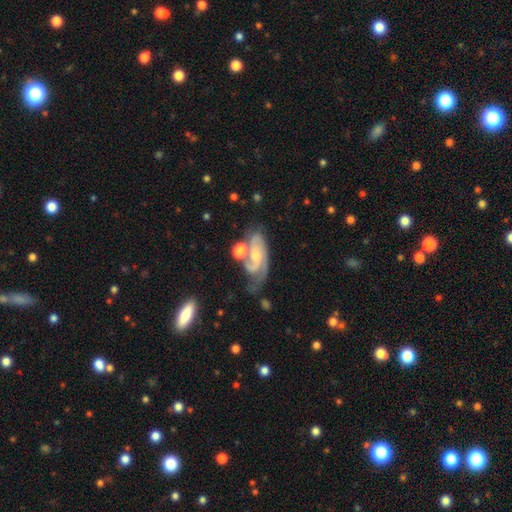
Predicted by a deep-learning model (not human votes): Smooth or featured?
  - featured or disk: 83% *
  - smooth: 11%
  - star or artifact: 6%
Edge-on disk?
  - no: 96% *
  - yes: 4%
Bar?
  - no: 57% *
  - weak: 33%
  - strong: 10%
Spiral arms?
  - yes: 96% *
  - no: 4%
Spiral winding?
  - medium: 46% *
  - tight: 38%
  - loose: 15%
Spiral arm count?
  - 2: 72% *
  - can't tell: 9%
  - 1: 9%
  - 3: 7%
  - 4: 2%
  - more than 4: 2%
Bulge size?
  - small: 51% *
  - moderate: 39%
  - none: 6%
  - large: 3%
  - dominant: 1%
Merging?
  - none: 42% *
  - minor disturbance: 21%
  - merger: 21%
  - major disturbance: 16%